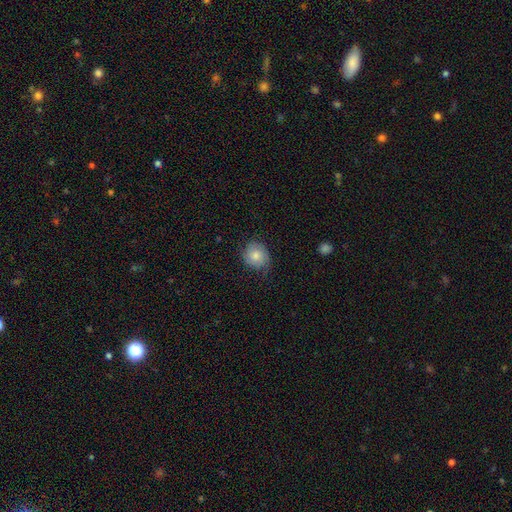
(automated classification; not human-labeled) Q: Smooth or featured?
A: smooth (74%); runner-up: featured or disk (18%)
Q: How rounded?
A: round (79%); runner-up: in between (21%)
Q: Merging?
A: none (61%); runner-up: minor disturbance (29%)